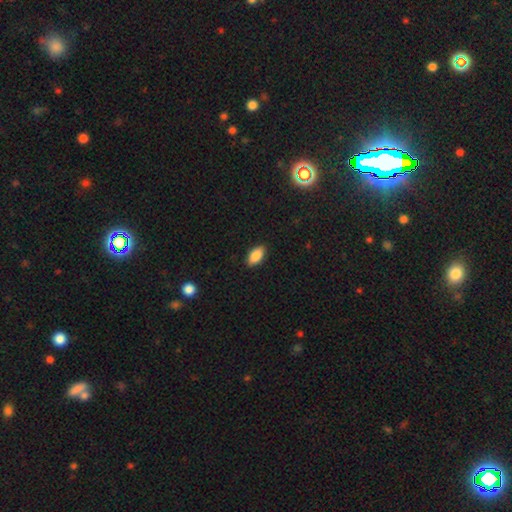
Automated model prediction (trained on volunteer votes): This appears to be a smooth galaxy with no disk features (87%) that is in between round and cigar-shaped (92%). Merging: none (89%).